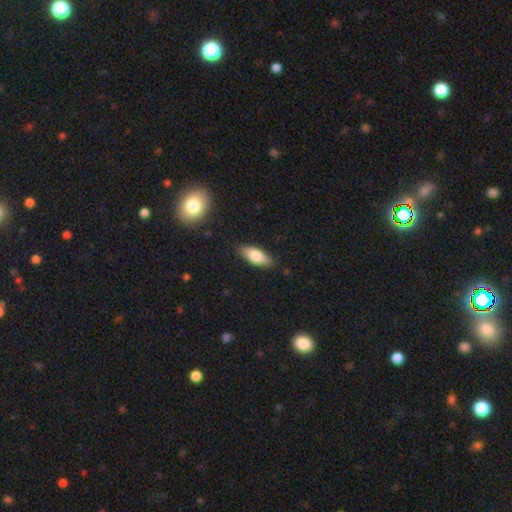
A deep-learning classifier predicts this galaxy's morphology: The model was most divided on "how rounded": in between: 78%, cigar-shaped: 20%, round: 2%. More confident: merging — none (84%); smooth or featured — smooth (77%).